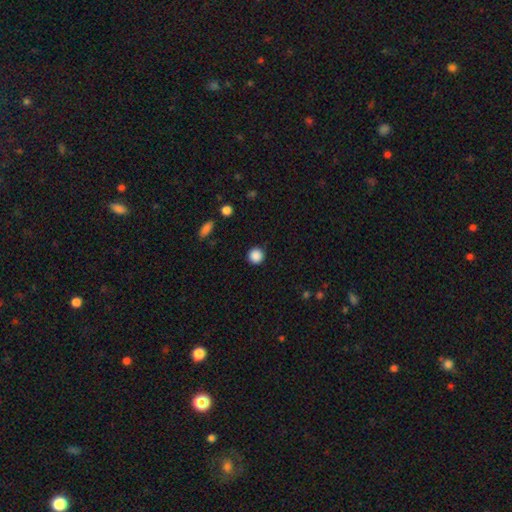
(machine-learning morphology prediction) Smooth or featured? smooth (88%)
How rounded? round (95%)
Merging? none (90%)